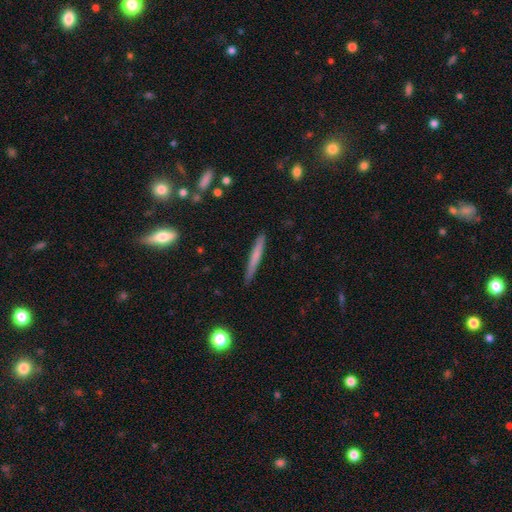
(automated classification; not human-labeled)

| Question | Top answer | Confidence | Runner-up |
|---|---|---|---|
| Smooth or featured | smooth | 63% | featured or disk (31%) |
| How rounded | cigar-shaped | 96% | in between (3%) |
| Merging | none | 86% | minor disturbance (11%) |